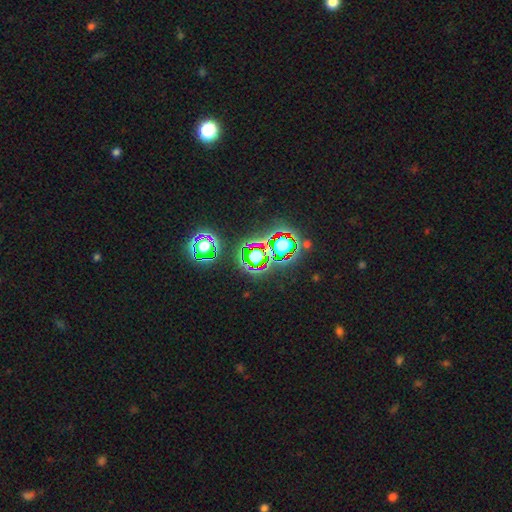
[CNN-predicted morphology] Smooth or featured? Predicted: star or artifact (p=0.71).